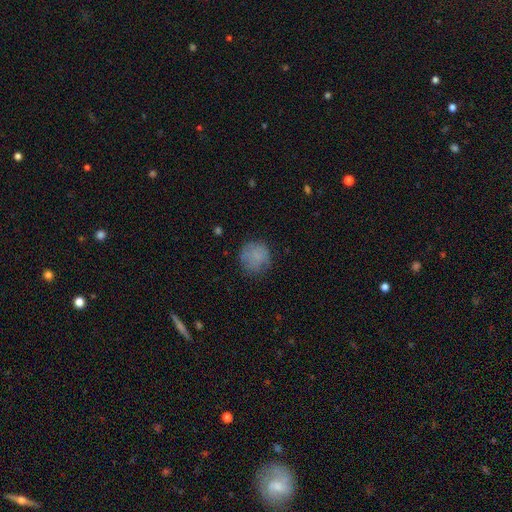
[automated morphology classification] Q: Smooth or featured?
A: smooth (79%); runner-up: featured or disk (12%)
Q: How rounded?
A: round (88%); runner-up: in between (11%)
Q: Merging?
A: none (73%); runner-up: minor disturbance (19%)